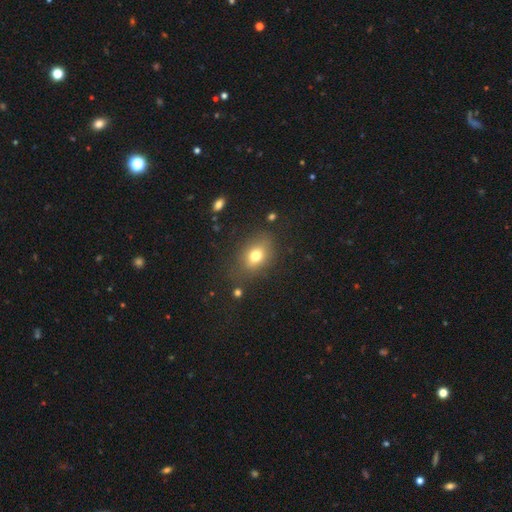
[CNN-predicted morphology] Smooth or featured? smooth (74%)
How rounded? in between (67%)
Merging? none (75%)